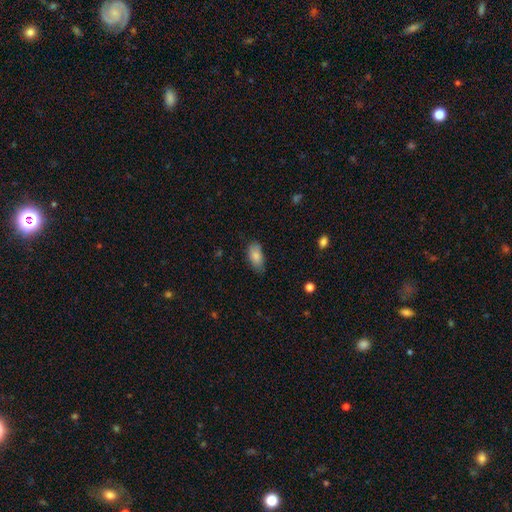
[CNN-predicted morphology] smooth 83%, featured or disk 10%, star or artifact 7%. Down the decision tree: how rounded — in between (91%); merging — none (72%).